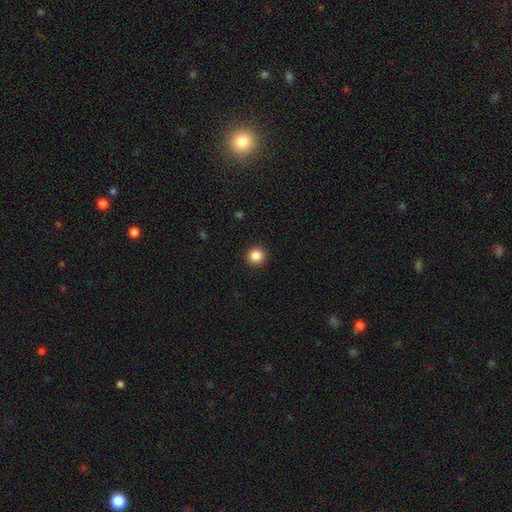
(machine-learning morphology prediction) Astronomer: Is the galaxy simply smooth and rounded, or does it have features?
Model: smooth — 87%.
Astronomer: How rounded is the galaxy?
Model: round — 94%.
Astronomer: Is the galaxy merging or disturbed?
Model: none — 93%.